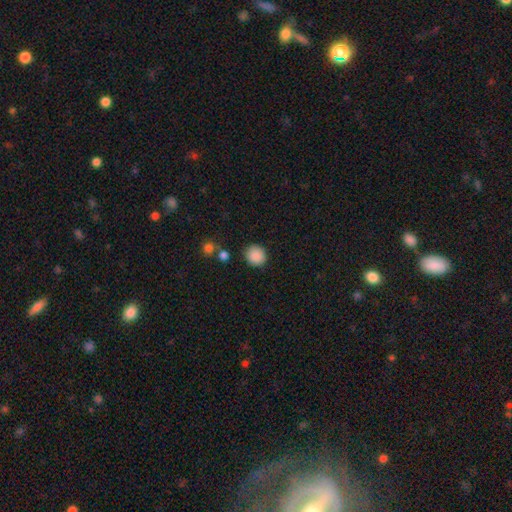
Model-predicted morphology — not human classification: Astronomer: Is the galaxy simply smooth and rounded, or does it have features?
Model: smooth — 88%.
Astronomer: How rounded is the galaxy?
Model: round — 88%.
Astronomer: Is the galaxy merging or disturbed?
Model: none — 87%.